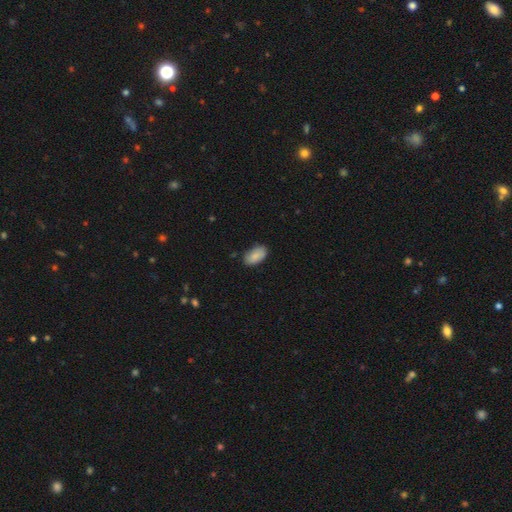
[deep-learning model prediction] Smooth or featured?
  - smooth: 86% *
  - featured or disk: 8%
  - star or artifact: 7%
How rounded?
  - in between: 94% *
  - round: 4%
  - cigar-shaped: 2%
Merging?
  - none: 82% *
  - minor disturbance: 15%
  - major disturbance: 2%
  - merger: 1%